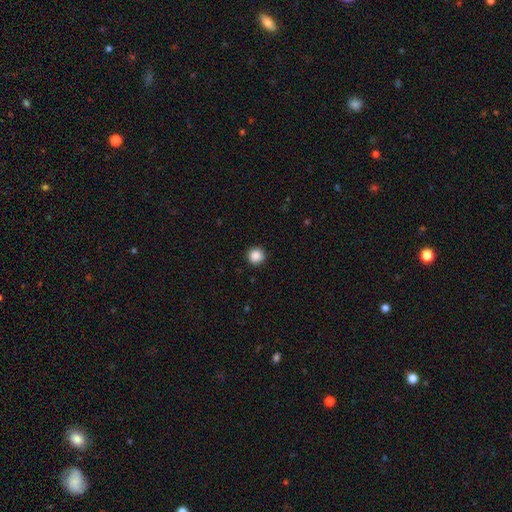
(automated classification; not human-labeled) Smooth or featured? Predicted: smooth (p=0.87). How rounded? Predicted: round (p=0.95). Merging? Predicted: none (p=0.92).